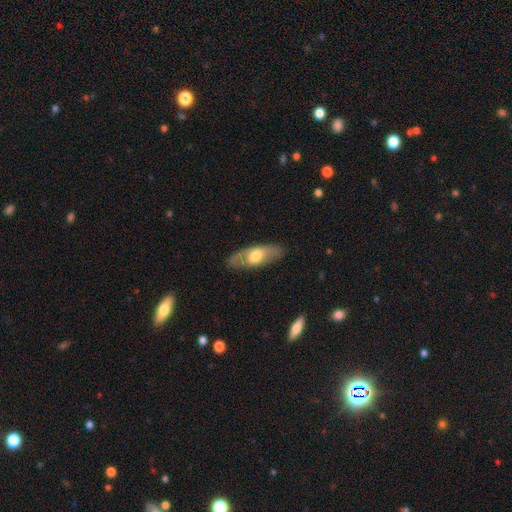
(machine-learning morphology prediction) The model was most divided on "smooth or featured" (2-way tie): smooth: 47%, featured or disk: 47%, star or artifact: 6%. More confident: merging — none (81%).